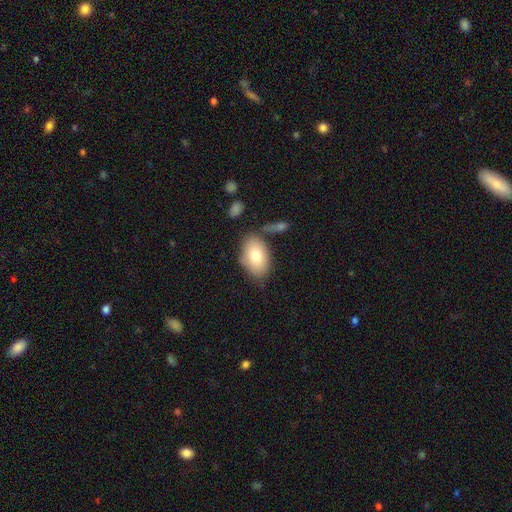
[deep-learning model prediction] This is likely a smooth galaxy (76%). How rounded: clearly in between (90%). Merging: likely none (69%).